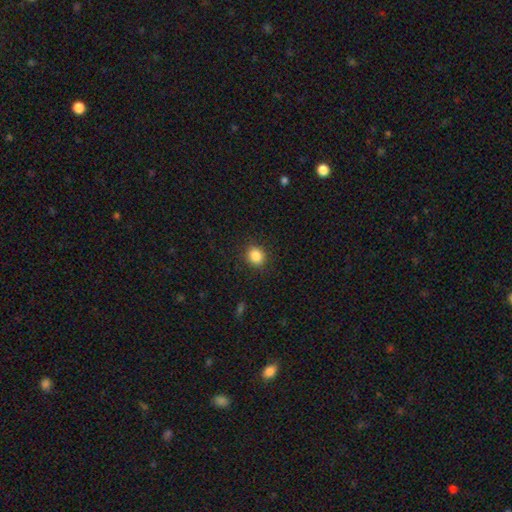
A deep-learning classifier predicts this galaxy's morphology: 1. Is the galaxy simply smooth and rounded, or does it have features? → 86% smooth, 10% star or artifact, 4% featured or disk.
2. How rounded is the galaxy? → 74% round, 25% in between, 1% cigar-shaped.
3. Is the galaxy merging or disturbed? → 88% none, 8% minor disturbance, 2% major disturbance, 1% merger.